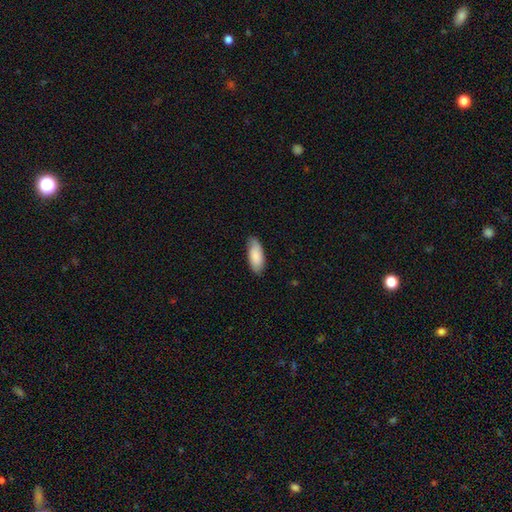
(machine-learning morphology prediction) Overall: smooth (85%). How rounded: in between (85%). Merging: none (80%).